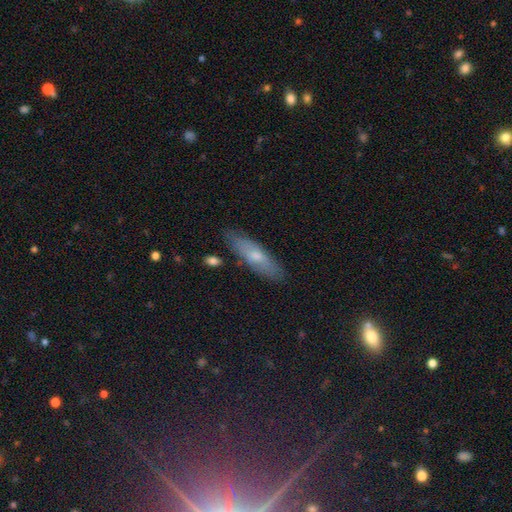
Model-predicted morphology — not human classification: Overall: smooth (58%; featured or disk 34%). How rounded: cigar-shaped (59%; in between 39%). Merging: none (83%).